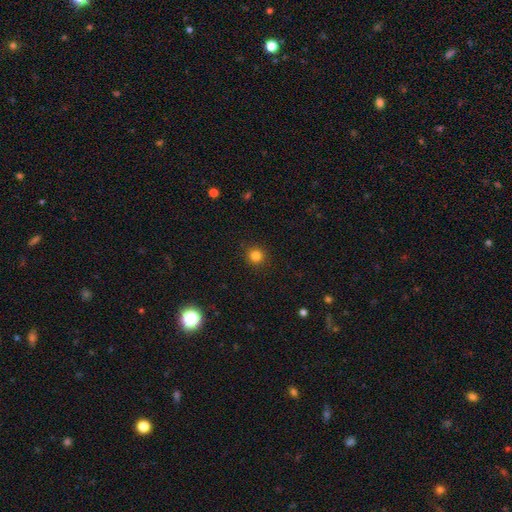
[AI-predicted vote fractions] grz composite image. It shows a smooth galaxy with no disk features (82%) that is round (95%). Merging: none (92%).